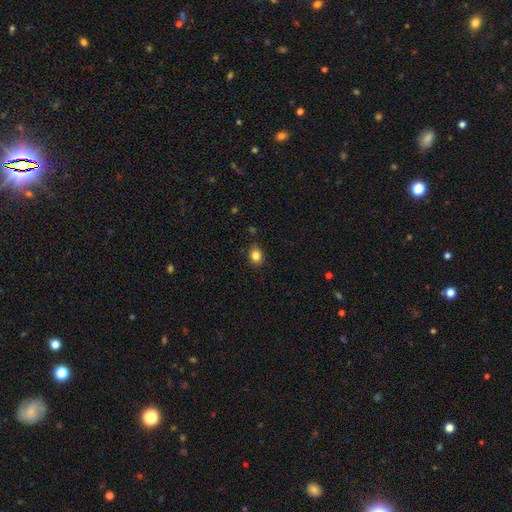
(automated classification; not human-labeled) smooth 84%, star or artifact 10%, featured or disk 6%. Down the decision tree: how rounded — in between (52%); merging — none (85%).